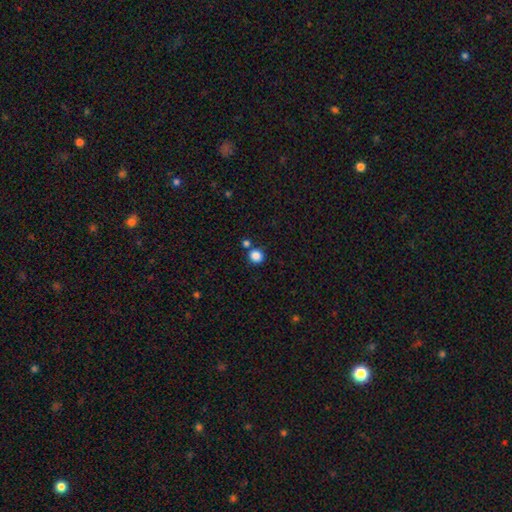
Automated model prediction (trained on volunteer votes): smooth 85%, star or artifact 11%, featured or disk 3%. Down the decision tree: how rounded — round (90%); merging — none (78%).